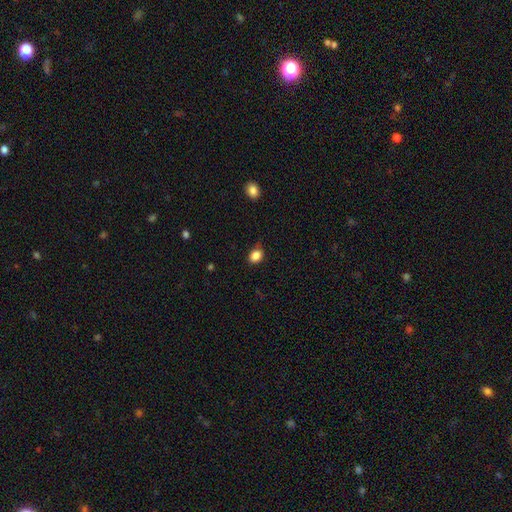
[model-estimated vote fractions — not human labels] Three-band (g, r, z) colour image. It shows a smooth galaxy with no disk features (86%) that is in between round and cigar-shaped (52%). Merging: none (75%).